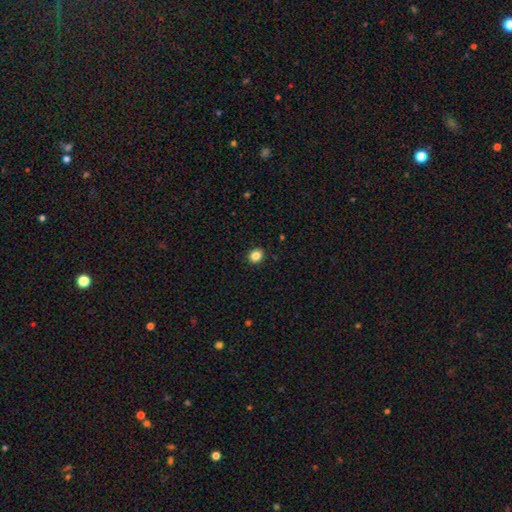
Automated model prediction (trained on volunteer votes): smooth-or-featured: smooth: 85% | star or artifact: 10% | featured or disk: 4%
  how-rounded: round: 70% | in between: 29% | cigar-shaped: 1%
  merging: none: 91% | minor disturbance: 7% | major disturbance: 2% | merger: 1%